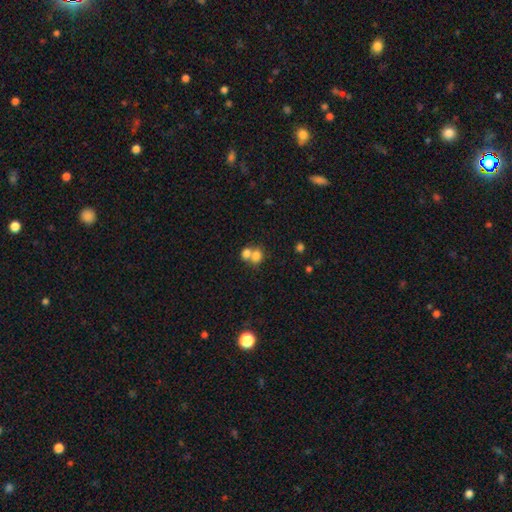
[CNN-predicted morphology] Q: Smooth or featured?
A: smooth (76%); runner-up: featured or disk (13%)
Q: How rounded?
A: round (52%); runner-up: in between (46%)
Q: Merging?
A: merger (63%); runner-up: none (28%)